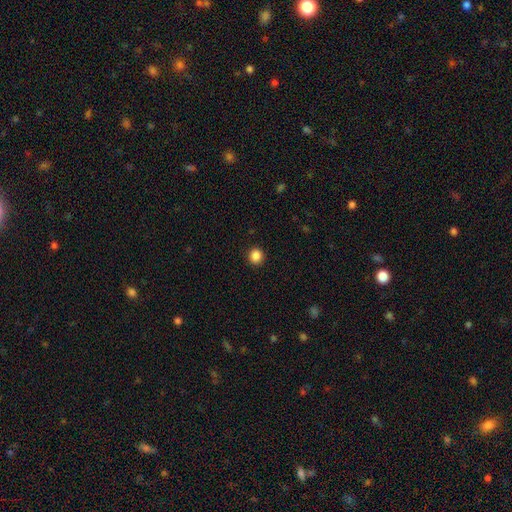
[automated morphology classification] This is clearly a smooth galaxy (87%). How rounded: clearly round (88%). Merging: clearly none (92%).